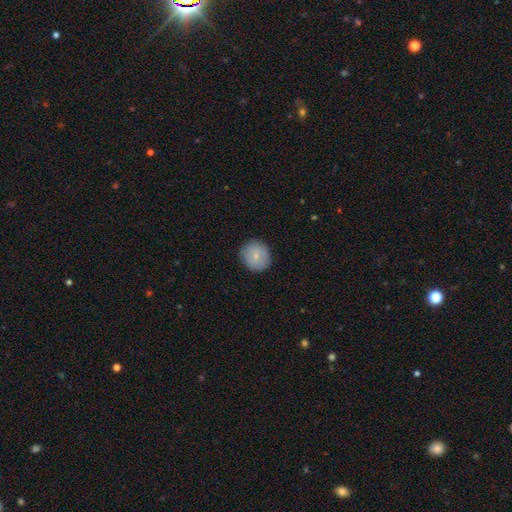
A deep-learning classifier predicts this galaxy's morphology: Smooth or featured?
  - smooth: 75% *
  - featured or disk: 17%
  - star or artifact: 7%
How rounded?
  - round: 84% *
  - in between: 15%
  - cigar-shaped: 1%
Merging?
  - none: 88% *
  - minor disturbance: 9%
  - major disturbance: 2%
  - merger: 1%